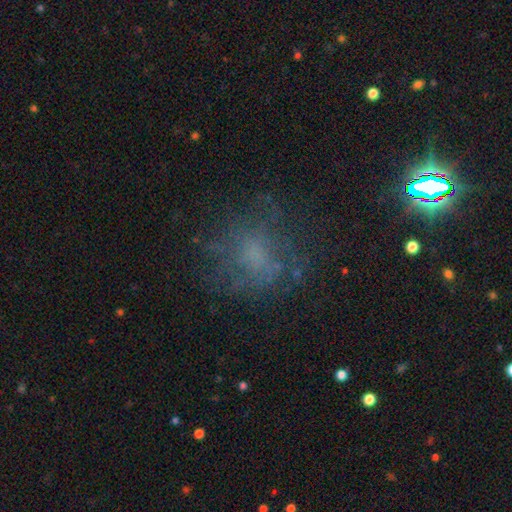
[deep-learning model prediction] Q: Smooth or featured?
A: smooth (40%); runner-up: featured or disk (31%)
Q: Merging?
A: none (65%); runner-up: minor disturbance (17%)